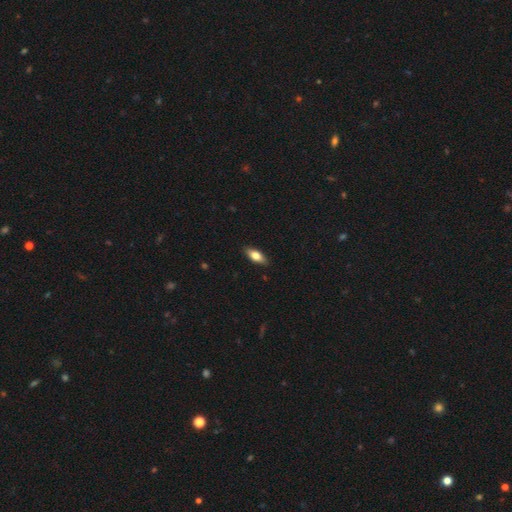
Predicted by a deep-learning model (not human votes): Overall: smooth (70%). How rounded: in between (75%). Merging: none (88%).